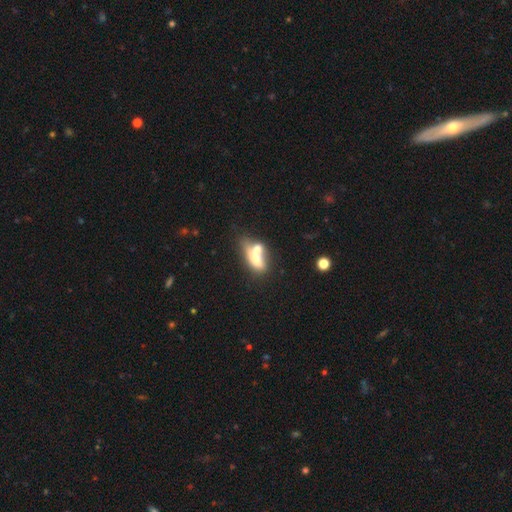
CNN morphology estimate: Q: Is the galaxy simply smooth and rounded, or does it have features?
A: smooth — 54%.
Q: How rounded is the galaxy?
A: in between — 64%.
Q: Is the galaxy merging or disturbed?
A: merger — 53%.